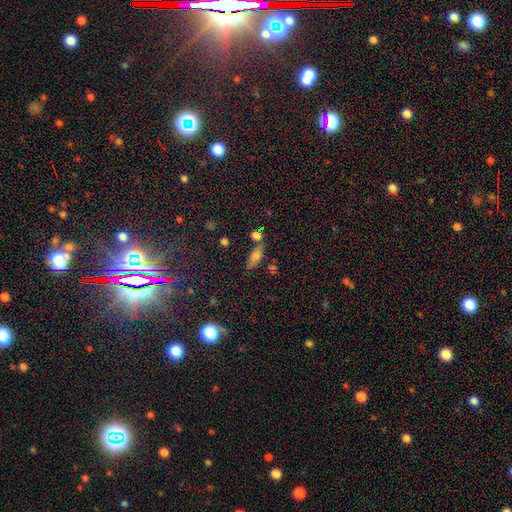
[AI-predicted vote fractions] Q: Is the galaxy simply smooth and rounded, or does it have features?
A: smooth — 71%.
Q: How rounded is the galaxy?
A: in between — 73%.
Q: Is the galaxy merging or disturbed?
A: none — 63%.